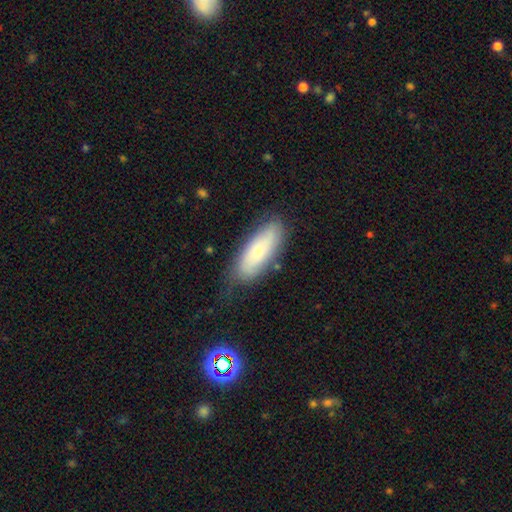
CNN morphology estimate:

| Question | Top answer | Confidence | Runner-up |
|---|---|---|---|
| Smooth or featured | smooth | 62% | featured or disk (29%) |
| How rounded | in between | 67% | cigar-shaped (31%) |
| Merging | none | 68% | minor disturbance (22%) |